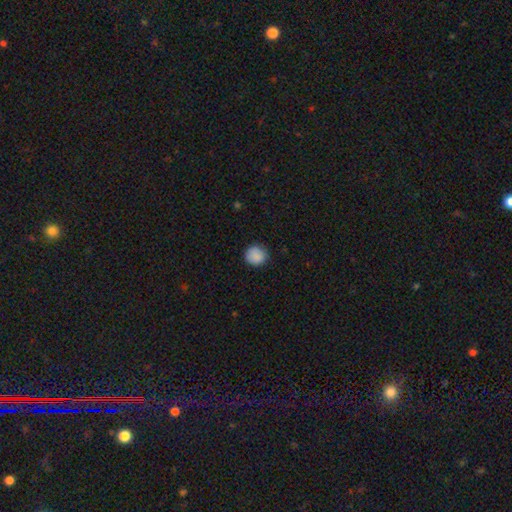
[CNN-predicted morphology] smooth-or-featured: smooth: 88% | star or artifact: 8% | featured or disk: 4%
  how-rounded: round: 89% | in between: 10% | cigar-shaped: 1%
  merging: none: 86% | minor disturbance: 11% | major disturbance: 2% | merger: 1%